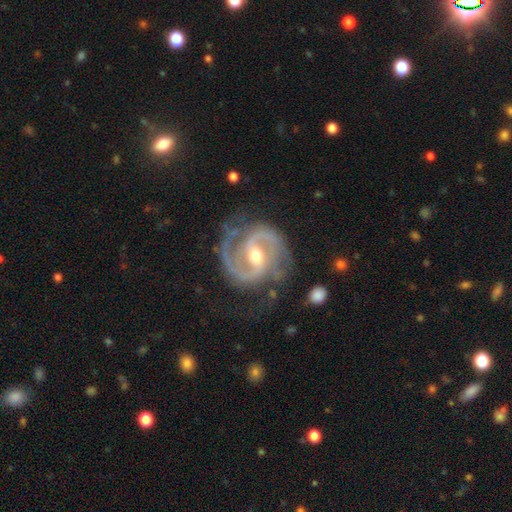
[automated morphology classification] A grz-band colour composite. It shows a featured or disk galaxy (93%) with a weak bar (47%), 2 (89%) medium (57%) spiral arms (98%) and a moderate central bulge (67%). Merging: none (71%).